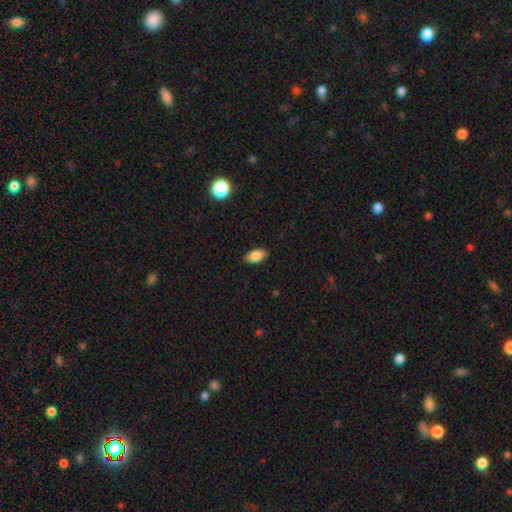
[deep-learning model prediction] Smooth or featured?
  - smooth: 85% *
  - star or artifact: 8%
  - featured or disk: 8%
How rounded?
  - in between: 92% *
  - round: 4%
  - cigar-shaped: 4%
Merging?
  - none: 88% *
  - minor disturbance: 9%
  - major disturbance: 2%
  - merger: 1%